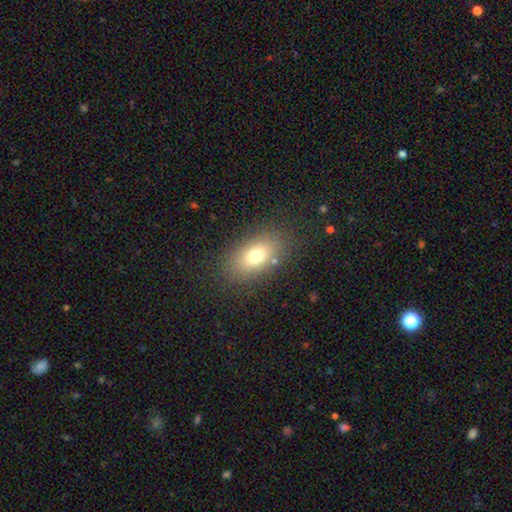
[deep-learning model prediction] This appears to be a smooth galaxy with no disk features (74%) that is in between round and cigar-shaped (86%). Merging: none (82%).